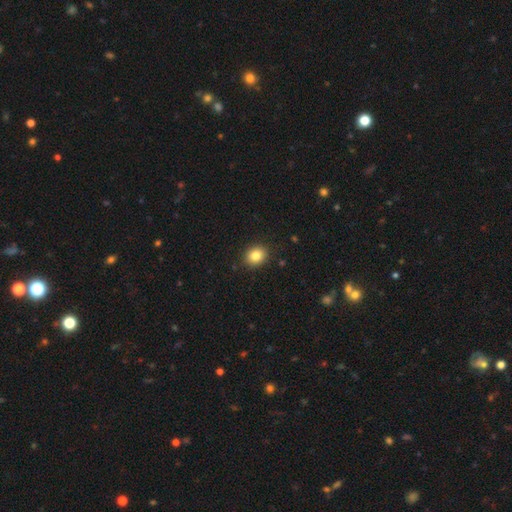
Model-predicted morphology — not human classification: This appears to be a smooth galaxy with no disk features (83%) that is round (63%). Merging: none (90%).